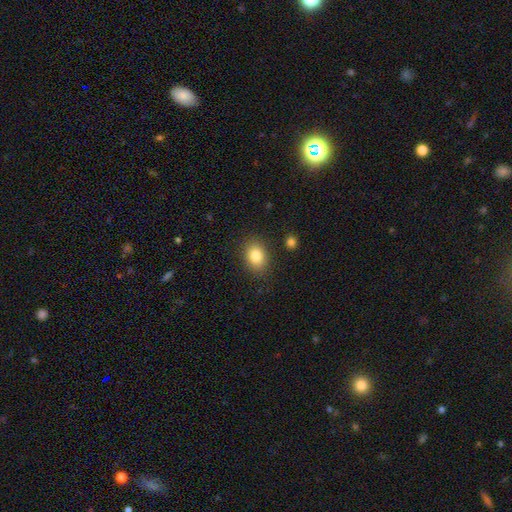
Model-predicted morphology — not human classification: Smooth or featured?
  - smooth: 83% *
  - star or artifact: 9%
  - featured or disk: 8%
How rounded?
  - in between: 71% *
  - round: 28%
  - cigar-shaped: 1%
Merging?
  - none: 86% *
  - minor disturbance: 9%
  - major disturbance: 3%
  - merger: 2%